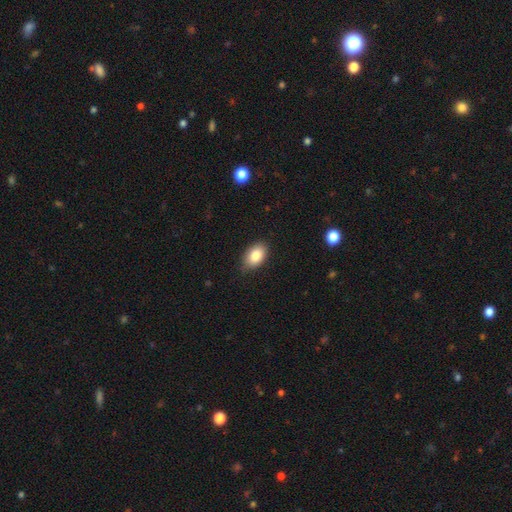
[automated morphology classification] Overall: smooth (84%). How rounded: in between (90%). Merging: none (81%).